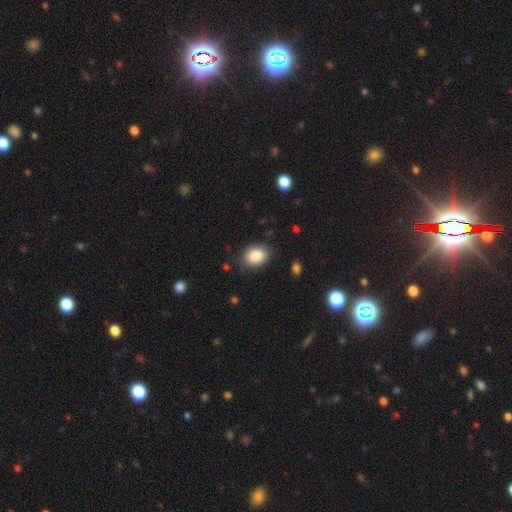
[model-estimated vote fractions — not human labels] The model was most divided on "how rounded": in between: 65%, round: 34%, cigar-shaped: 1%. More confident: smooth or featured — smooth (87%); merging — none (82%).